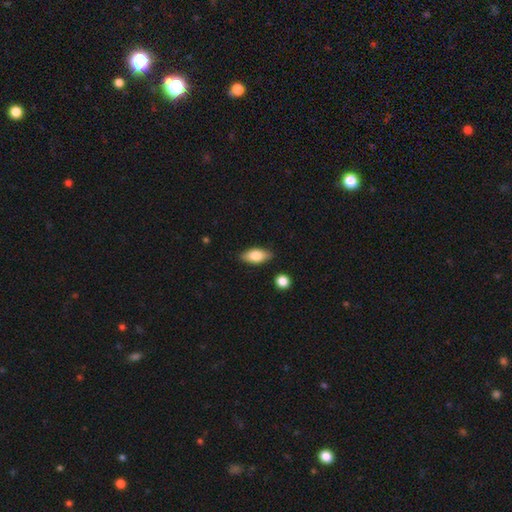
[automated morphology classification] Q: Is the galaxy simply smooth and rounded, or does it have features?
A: smooth — 78%.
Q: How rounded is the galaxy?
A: in between — 87%.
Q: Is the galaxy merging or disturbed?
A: none — 85%.